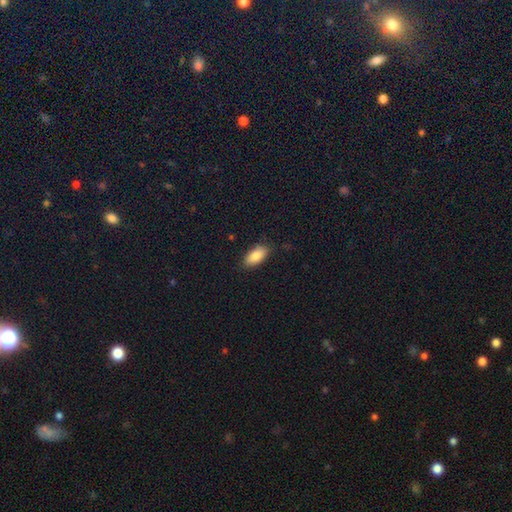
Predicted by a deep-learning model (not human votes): Overall: smooth (86%). How rounded: in between (91%). Merging: none (82%).